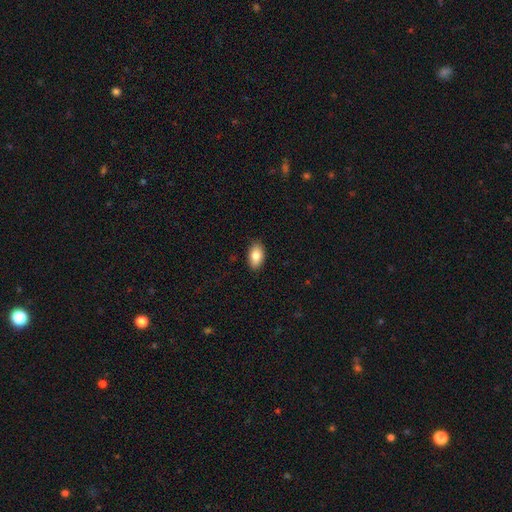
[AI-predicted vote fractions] Smooth or featured?
  - smooth: 83% *
  - featured or disk: 10%
  - star or artifact: 7%
How rounded?
  - in between: 93% *
  - round: 5%
  - cigar-shaped: 2%
Merging?
  - none: 88% *
  - minor disturbance: 10%
  - major disturbance: 2%
  - merger: 1%